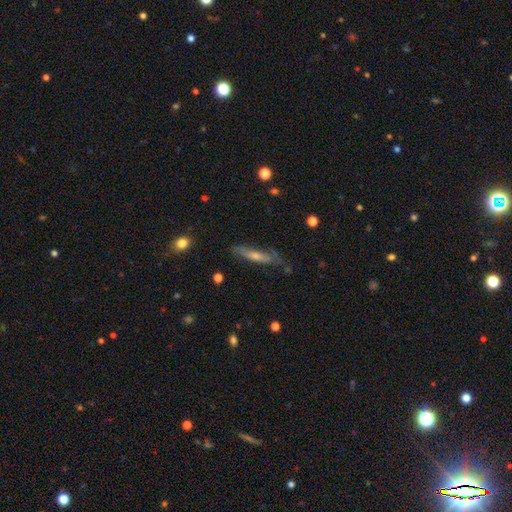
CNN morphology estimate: This is possibly a featured or disk galaxy (54%). It is likely viewed edge-on (71%). Merging: likely none (69%).